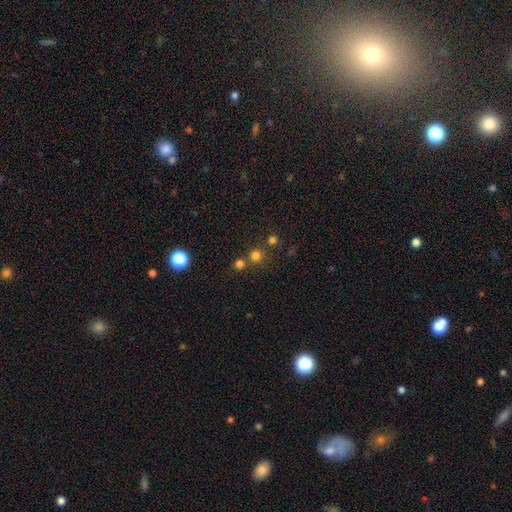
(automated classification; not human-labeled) Morphology: type=smooth (72%); roundness=round (92%); merging=none (66%).